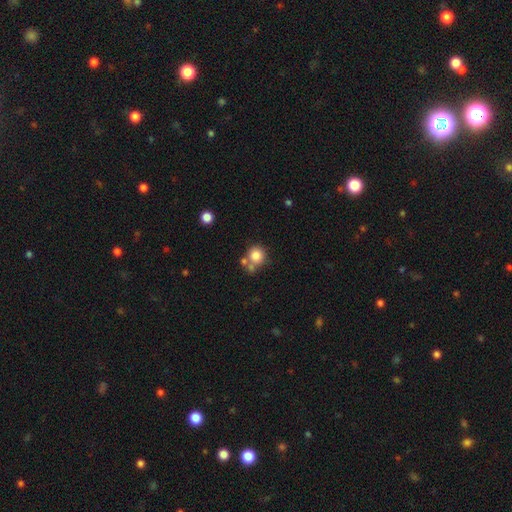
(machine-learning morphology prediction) This appears to be a smooth galaxy with no disk features (81%) that is round (88%). Merging: none (54%).